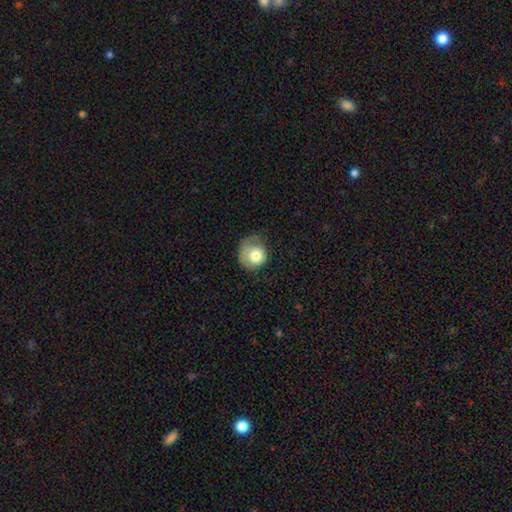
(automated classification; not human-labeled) smooth_or_featured: smooth (p=0.77) [alt: featured or disk p=0.16]
how_rounded: round (p=0.78) [alt: in between p=0.22]
merging: none (p=0.37) [alt: minor disturbance p=0.36]